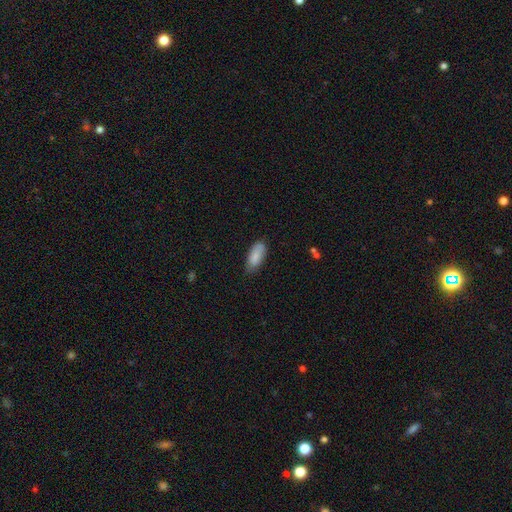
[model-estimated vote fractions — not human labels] smooth 86%, featured or disk 8%, star or artifact 6%. Down the decision tree: how rounded — in between (84%); merging — none (73%).